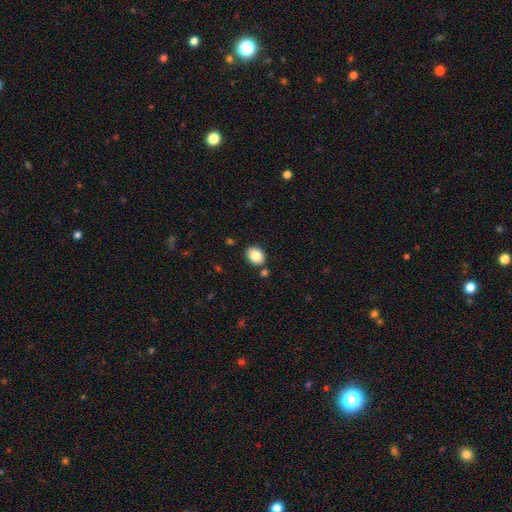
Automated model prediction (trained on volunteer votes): The model was most divided on "how rounded": in between: 62%, round: 38%, cigar-shaped: 1%. More confident: smooth or featured — smooth (86%); merging — none (81%).